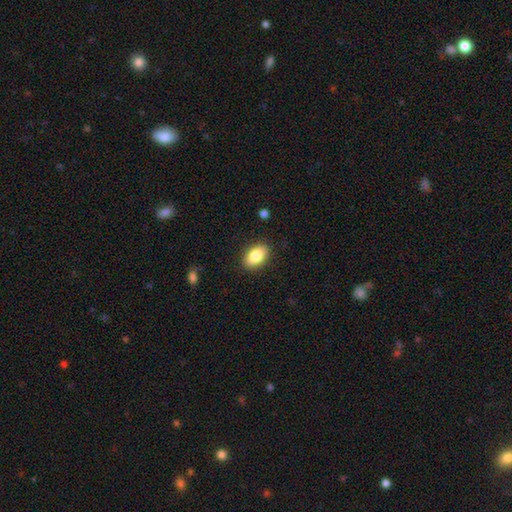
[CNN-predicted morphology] This appears to be a smooth galaxy with no disk features (84%) that is in between round and cigar-shaped (91%). Merging: none (88%).